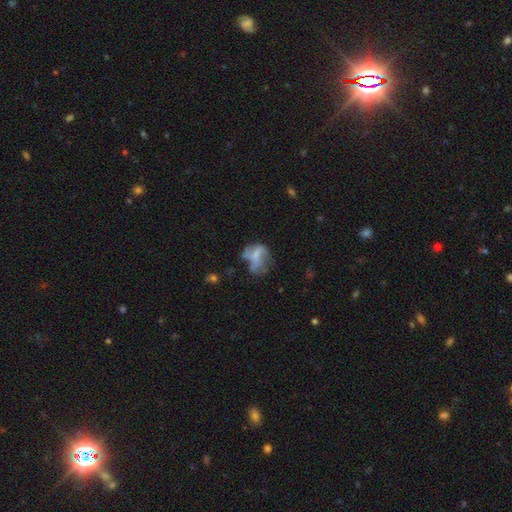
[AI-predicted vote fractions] Overall: featured or disk (45%; smooth 42%). Merging: major disturbance (34%; none 33%).